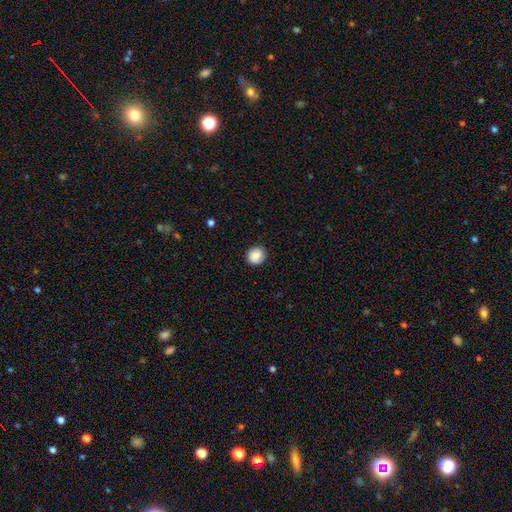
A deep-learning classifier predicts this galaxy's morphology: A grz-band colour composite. It shows a smooth galaxy with no disk features (84%) that is round (87%). Merging: none (87%).